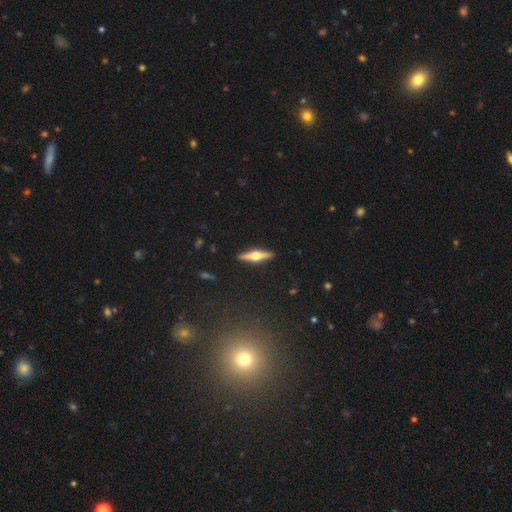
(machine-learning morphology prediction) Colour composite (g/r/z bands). It shows a featured or disk galaxy (70%) viewed edge-on (97%) with a rounded central bulge (95%). Merging: none (91%).